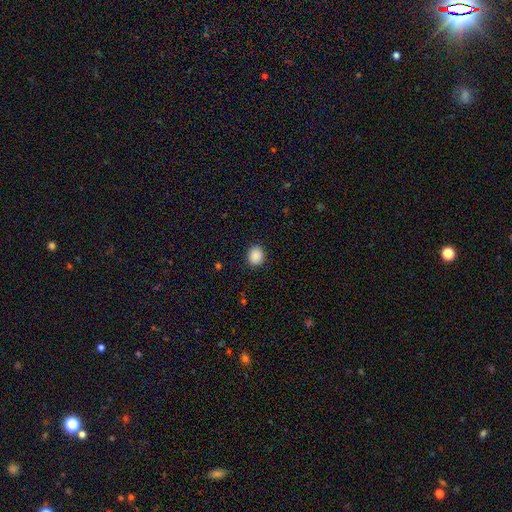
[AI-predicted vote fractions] Morphology: type=smooth (88%); roundness=round (65%); merging=none (89%).